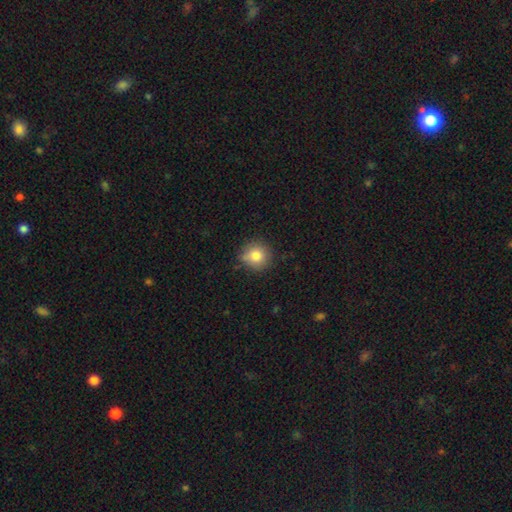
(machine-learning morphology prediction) smooth-or-featured: smooth: 82% | star or artifact: 10% | featured or disk: 8%
  how-rounded: round: 91% | in between: 8% | cigar-shaped: 1%
  merging: none: 79% | minor disturbance: 16% | major disturbance: 3% | merger: 2%